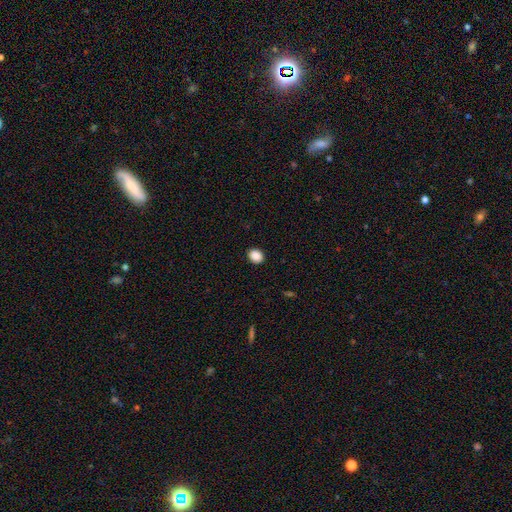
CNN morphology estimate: This appears to be a smooth galaxy with no disk features (89%) that is round (54%). Merging: none (91%).